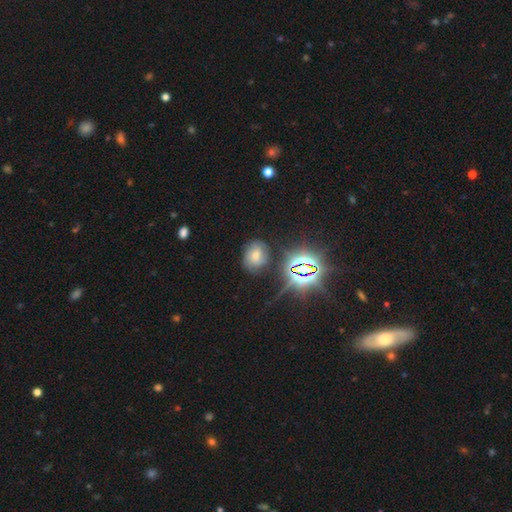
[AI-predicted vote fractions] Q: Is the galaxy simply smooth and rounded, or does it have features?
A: star or artifact — 43%.